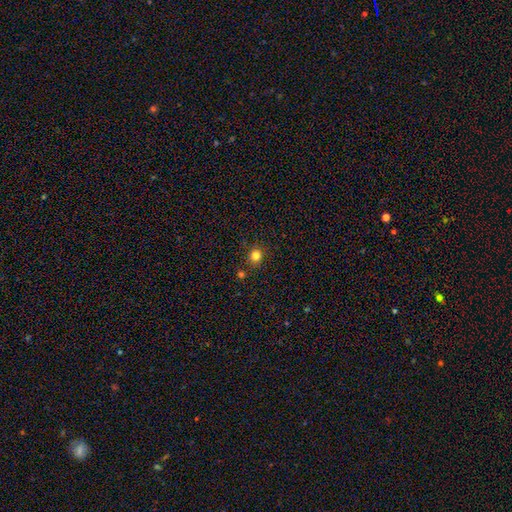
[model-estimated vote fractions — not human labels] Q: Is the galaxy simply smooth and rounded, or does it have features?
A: smooth — 81%.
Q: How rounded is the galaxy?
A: round — 89%.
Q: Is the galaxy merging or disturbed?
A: none — 86%.